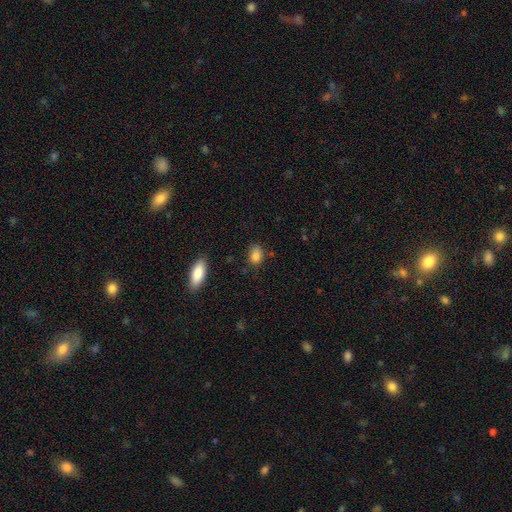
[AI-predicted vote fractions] This appears to be a smooth galaxy with no disk features (85%) that is in between round and cigar-shaped (76%). Merging: none (78%).